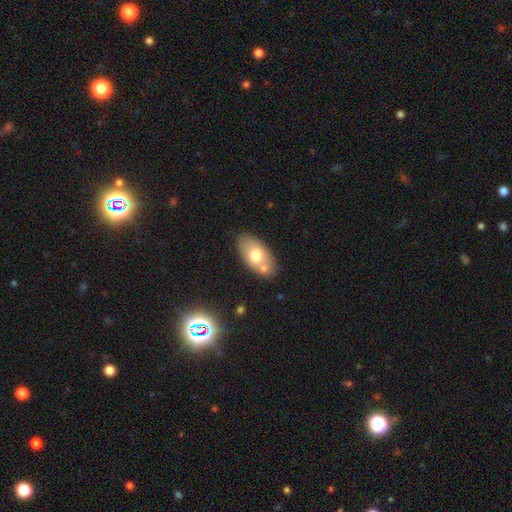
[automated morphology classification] Smooth or featured: smooth — 68% (featured or disk — 24%)
How rounded: in between — 91% (round — 6%)
Merging: none — 64% (merger — 20%)